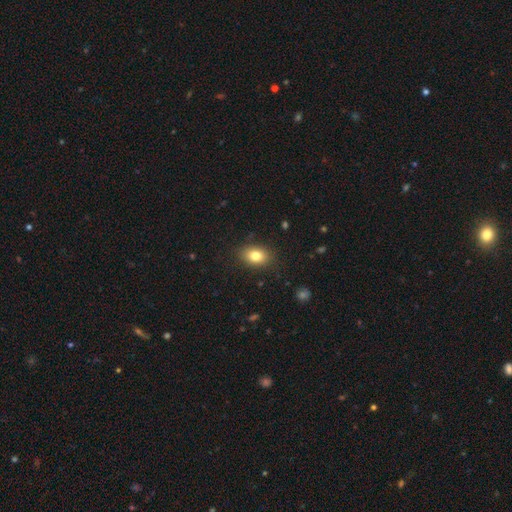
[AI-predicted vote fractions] This is clearly a smooth galaxy (81%). How rounded: likely in between (75%). Merging: clearly none (86%).